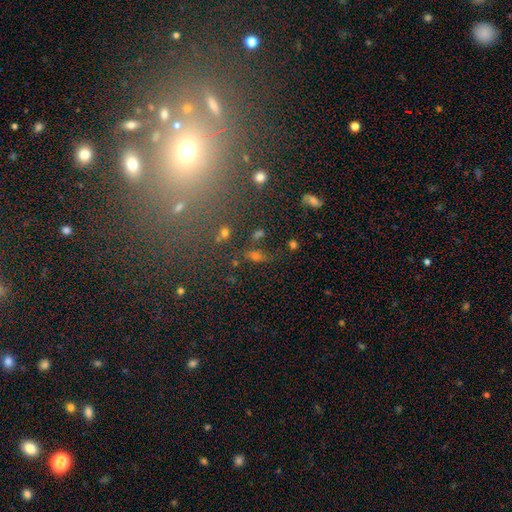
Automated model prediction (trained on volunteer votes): Smooth or featured? smooth (54%)
How rounded? in between (70%)
Merging? none (65%)